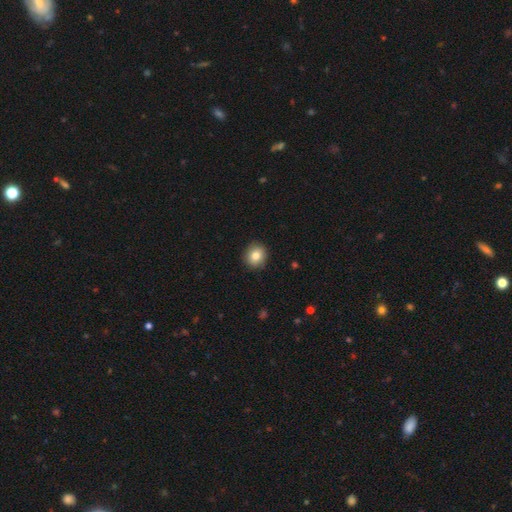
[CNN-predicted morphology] This is clearly a smooth galaxy (83%). How rounded: clearly round (86%). Merging: clearly none (91%).